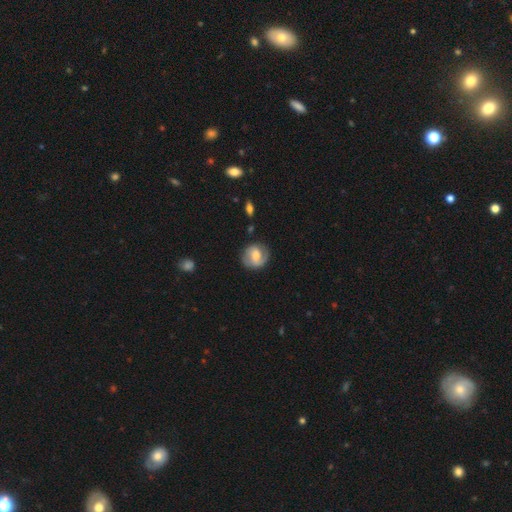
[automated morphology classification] type=featured or disk (60%); edge-on=no (97%); bar=weak (50%); spiral arms=yes (84%); bulge=moderate (63%); merging=none (78%).